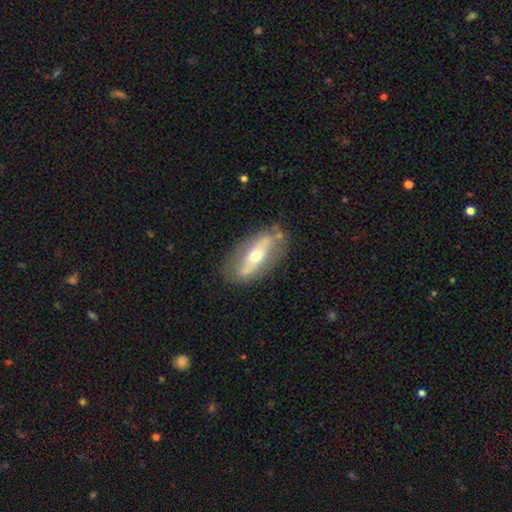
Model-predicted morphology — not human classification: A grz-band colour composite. It shows a featured or disk galaxy (64%). Merging: none (75%).